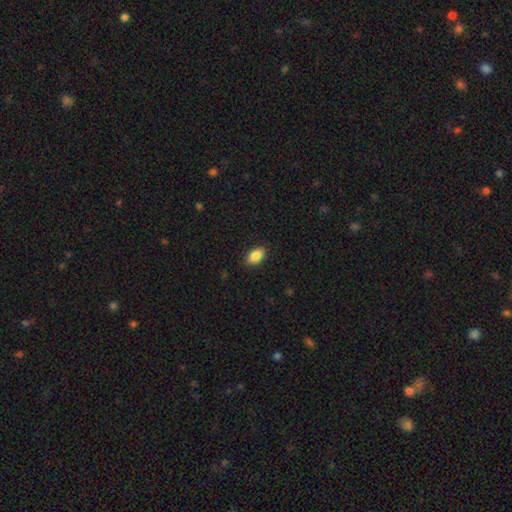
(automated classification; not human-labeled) Smooth or featured? smooth (88%)
How rounded? in between (90%)
Merging? none (88%)